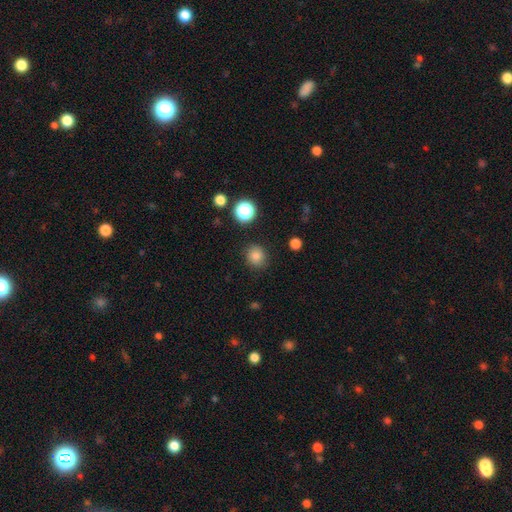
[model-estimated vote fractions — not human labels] Smooth or featured? Predicted: smooth (p=0.82). How rounded? Predicted: round (p=0.82). Merging? Predicted: none (p=0.86).